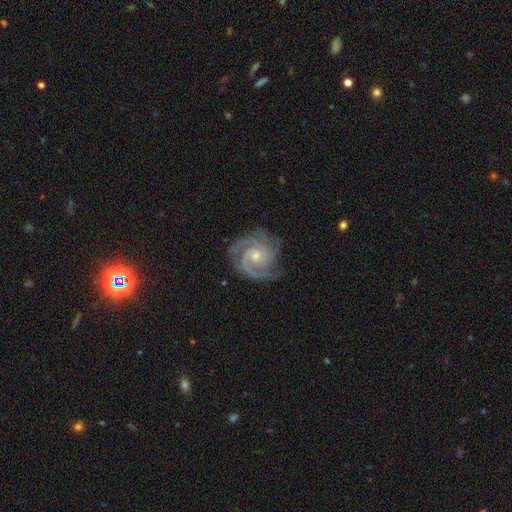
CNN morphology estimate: Smooth or featured: featured or disk — 91% (star or artifact — 5%)
Edge-on disk: no — 98% (yes — 2%)
Bar: no — 66% (weak — 28%)
Spiral arms: yes — 99% (no — 1%)
Spiral winding: tight — 66% (medium — 31%)
Spiral arm count: 3 — 45% (2 — 31%)
Bulge size: small — 56% (moderate — 40%)
Merging: none — 79% (minor disturbance — 15%)